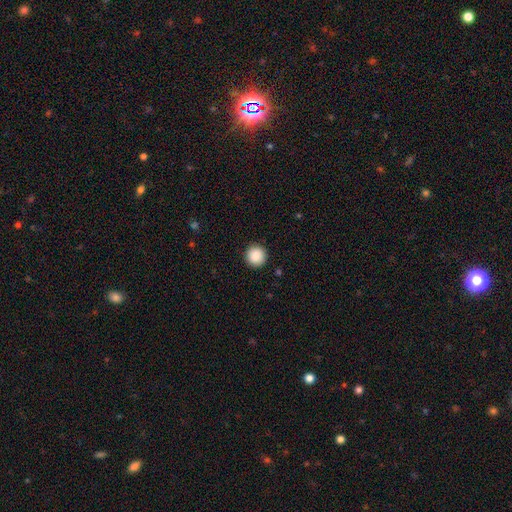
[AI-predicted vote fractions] Morphology: type=smooth (88%); roundness=round (95%); merging=none (92%).